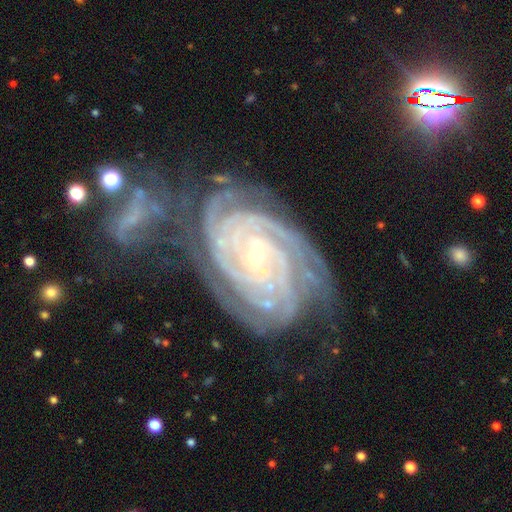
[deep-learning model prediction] Q: Smooth or featured?
A: featured or disk (92%); runner-up: star or artifact (5%)
Q: Edge-on disk?
A: no (97%); runner-up: yes (3%)
Q: Bar?
A: no (60%); runner-up: weak (25%)
Q: Spiral arms?
A: yes (99%); runner-up: no (1%)
Q: Spiral winding?
A: tight (85%); runner-up: medium (13%)
Q: Spiral arm count?
A: 4 (30%); runner-up: 3 (18%)
Q: Bulge size?
A: small (82%); runner-up: moderate (15%)
Q: Merging?
A: none (50%); runner-up: minor disturbance (21%)